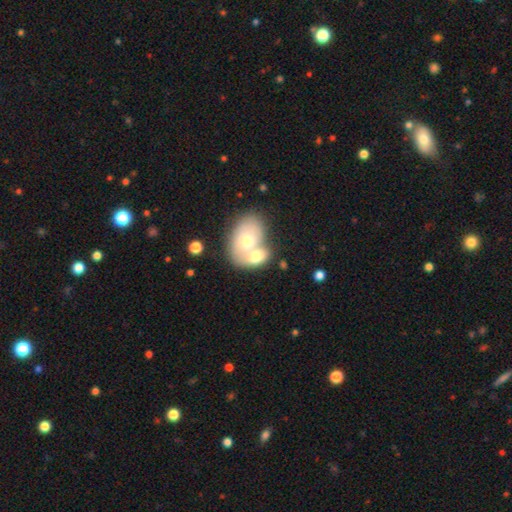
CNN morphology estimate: Smooth or featured? Predicted: smooth (p=0.63). How rounded? Predicted: in between (p=0.76). Merging? Predicted: merger (p=0.72).